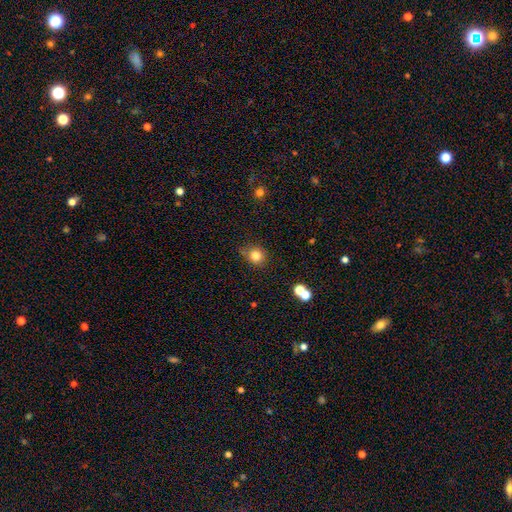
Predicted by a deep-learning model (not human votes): smooth_or_featured: smooth (p=0.81) [alt: star or artifact p=0.13]
how_rounded: round (p=0.84) [alt: in between p=0.15]
merging: none (p=0.79) [alt: minor disturbance p=0.14]